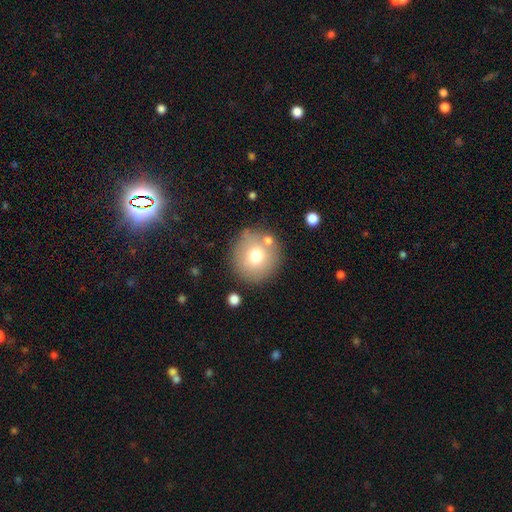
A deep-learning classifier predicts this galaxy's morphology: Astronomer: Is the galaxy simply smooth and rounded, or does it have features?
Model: smooth — 71%.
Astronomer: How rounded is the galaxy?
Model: round — 92%.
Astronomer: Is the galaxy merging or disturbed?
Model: none — 79%.